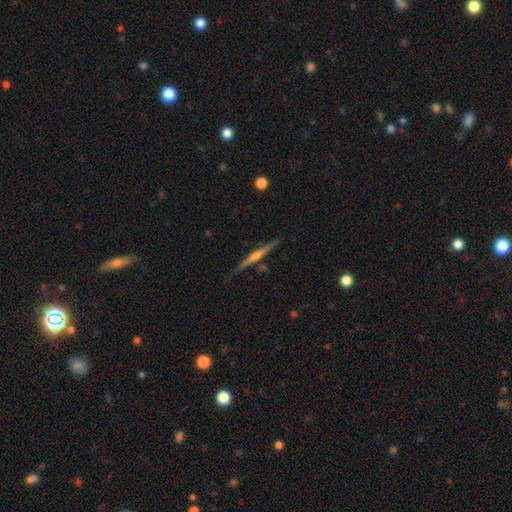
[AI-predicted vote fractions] Smooth or featured? Predicted: featured or disk (p=0.75). Edge-on disk? Predicted: yes (p=0.98). Edge-on bulge? Predicted: rounded (p=0.75). Merging? Predicted: none (p=0.88).